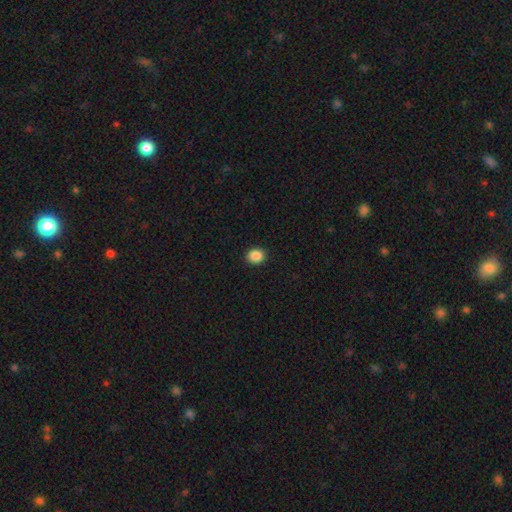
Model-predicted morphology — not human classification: A smooth galaxy with no disk features (87%) that is round (80%). Merging: none (92%).